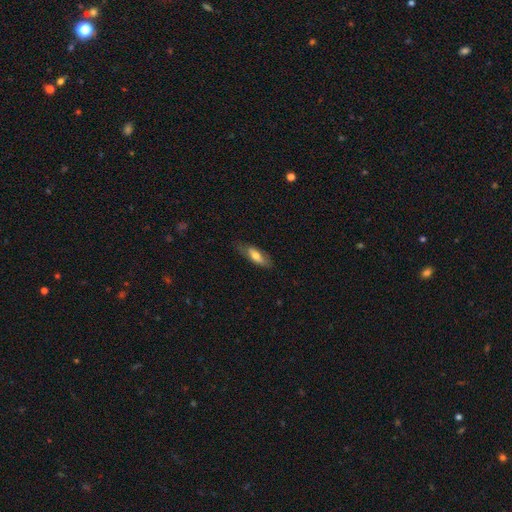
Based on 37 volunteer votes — Morphology: type=smooth (59%); roundness=in between (91%); merging=none (65%).